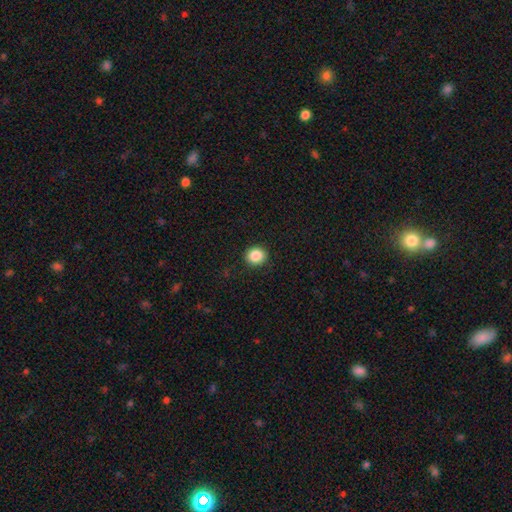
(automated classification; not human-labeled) smooth-or-featured: smooth: 87% | star or artifact: 9% | featured or disk: 4%
  how-rounded: round: 85% | in between: 14% | cigar-shaped: 1%
  merging: none: 91% | minor disturbance: 6% | major disturbance: 2% | merger: 1%